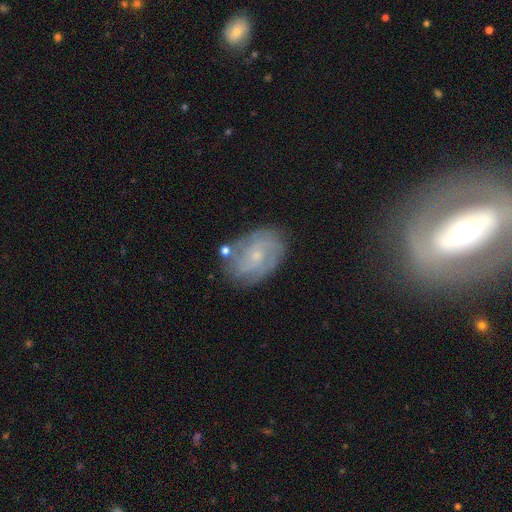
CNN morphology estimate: A featured or disk galaxy (70%) with no bar (68%), tight (47%) spiral arms (87%) and a small central bulge (75%).

Vote fractions:
- Smooth or featured? featured or disk: 70% / smooth: 22% / star or artifact: 9%
- Edge-on disk? no: 97% / yes: 3%
- Bar? no: 68% / weak: 28% / strong: 4%
- Spiral arms? yes: 87% / no: 13%
- Spiral winding? tight: 47% / medium: 38% / loose: 15%
- Spiral arm count? can't tell: 37% / 2: 29% / 3: 17% / 4: 8% / 1: 5% / more than 4: 5%
- Bulge size? small: 75% / moderate: 20% / none: 3% / large: 1% / dominant: 1%
- Merging? none: 72% / minor disturbance: 18% / major disturbance: 6% / merger: 5%